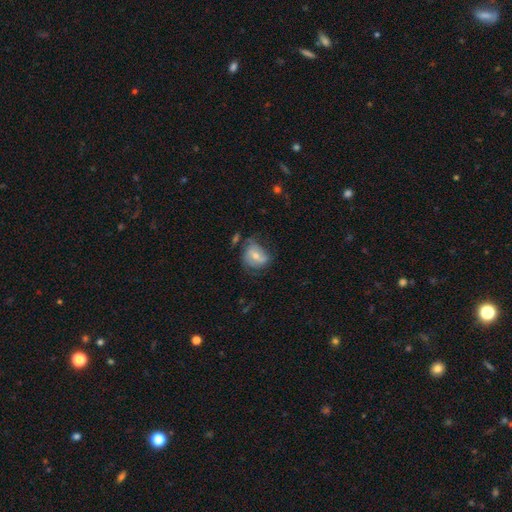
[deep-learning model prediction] This is possibly a smooth galaxy (46%). Merging: possibly none (45%).